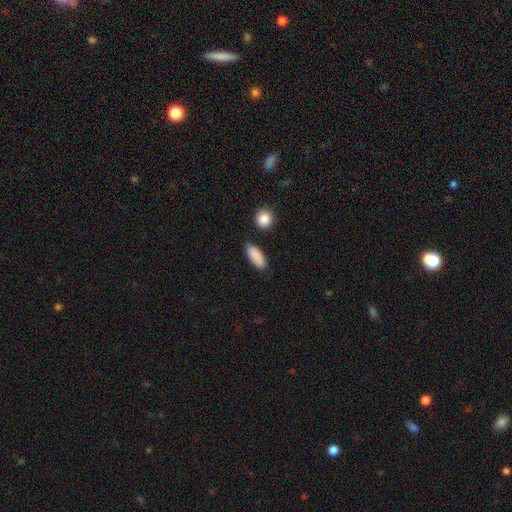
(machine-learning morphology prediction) Smooth or featured: smooth — 89% (star or artifact — 7%)
How rounded: in between — 79% (cigar-shaped — 18%)
Merging: none — 79% (minor disturbance — 14%)